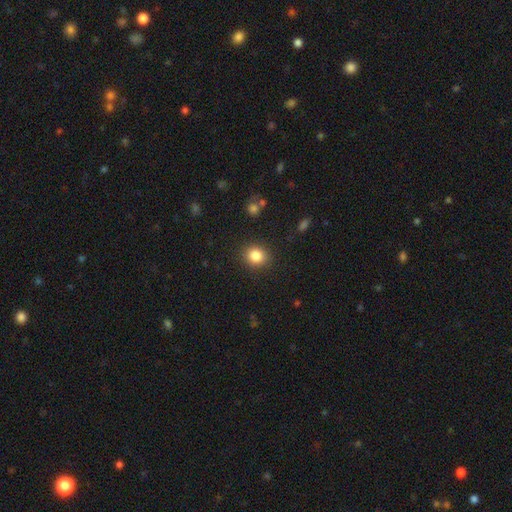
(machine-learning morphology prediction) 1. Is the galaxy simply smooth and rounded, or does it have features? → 84% smooth, 11% star or artifact, 6% featured or disk.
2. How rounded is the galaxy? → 70% round, 29% in between, 1% cigar-shaped.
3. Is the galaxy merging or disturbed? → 88% none, 8% minor disturbance, 3% major disturbance, 1% merger.